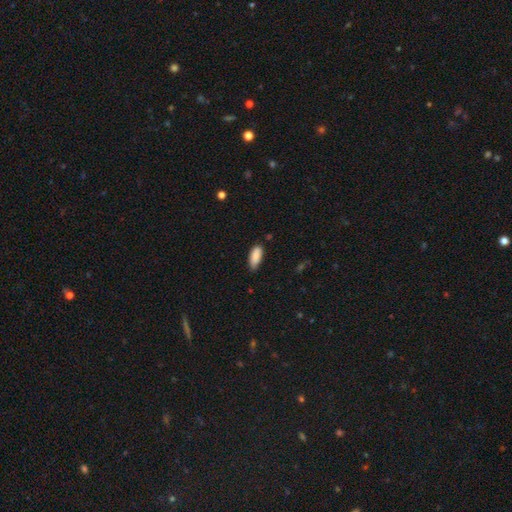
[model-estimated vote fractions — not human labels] Smooth or featured? Predicted: smooth (p=0.88). How rounded? Predicted: in between (p=0.82). Merging? Predicted: none (p=0.69).